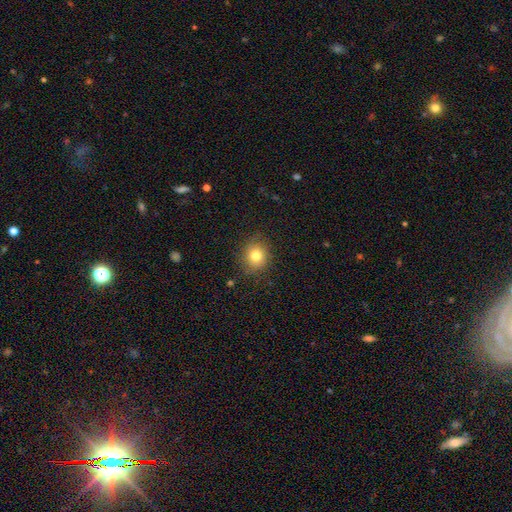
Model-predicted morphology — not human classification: Q: Smooth or featured?
A: smooth (79%); runner-up: star or artifact (12%)
Q: How rounded?
A: round (79%); runner-up: in between (20%)
Q: Merging?
A: none (85%); runner-up: minor disturbance (11%)